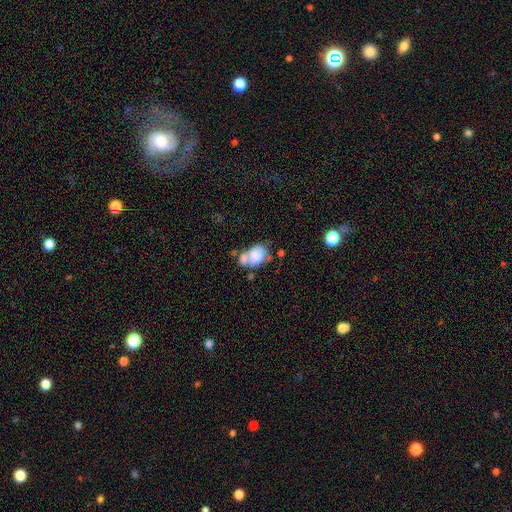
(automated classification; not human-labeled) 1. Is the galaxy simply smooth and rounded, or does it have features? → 72% smooth, 20% featured or disk, 9% star or artifact.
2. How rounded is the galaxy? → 73% in between, 26% round, 1% cigar-shaped.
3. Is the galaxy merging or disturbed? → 46% merger, 28% none, 17% minor disturbance, 9% major disturbance.